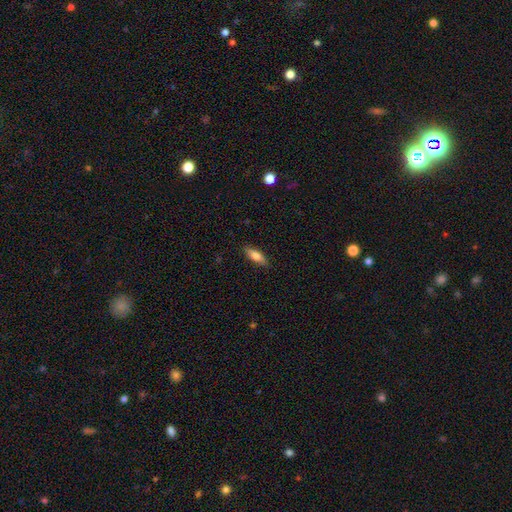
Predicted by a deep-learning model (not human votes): This is likely a smooth galaxy (78%). How rounded: likely in between (62%). Merging: clearly none (85%).